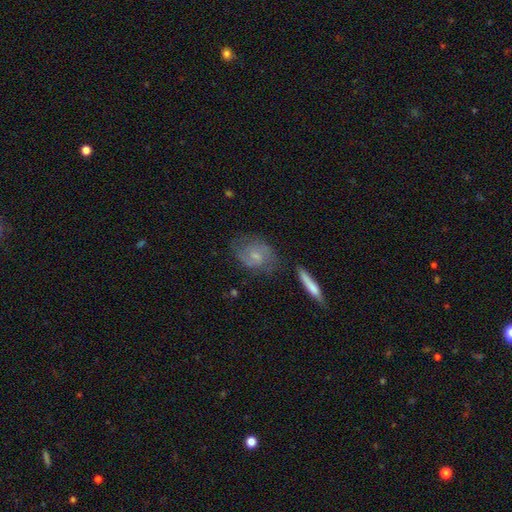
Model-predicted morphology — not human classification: featured or disk 62%, smooth 31%, star or artifact 7%. Down the decision tree: edge-on disk — no (94%); bar — no (52%); spiral arms — yes (86%); bulge size — small (53%); merging — none (65%).